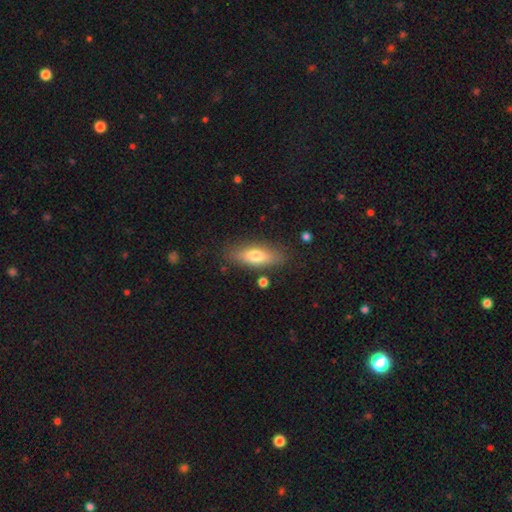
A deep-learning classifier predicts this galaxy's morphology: A smooth galaxy with no disk features (70%) that is in between round and cigar-shaped (60%). Merging: none (82%).